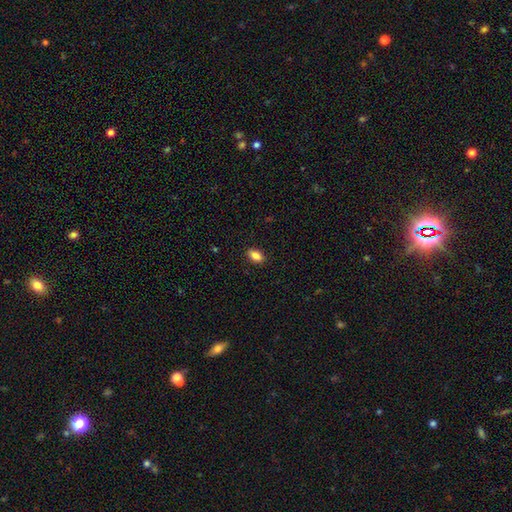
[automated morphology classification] Smooth or featured?
  - smooth: 86% *
  - star or artifact: 8%
  - featured or disk: 6%
How rounded?
  - in between: 88% *
  - round: 9%
  - cigar-shaped: 3%
Merging?
  - none: 88% *
  - minor disturbance: 9%
  - major disturbance: 2%
  - merger: 1%